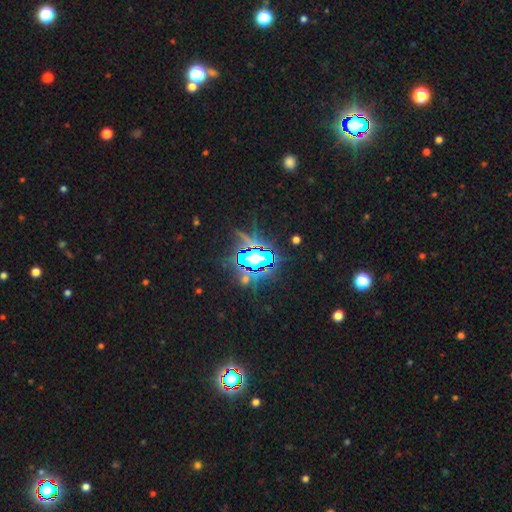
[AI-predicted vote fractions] Overall: star or artifact (73%).